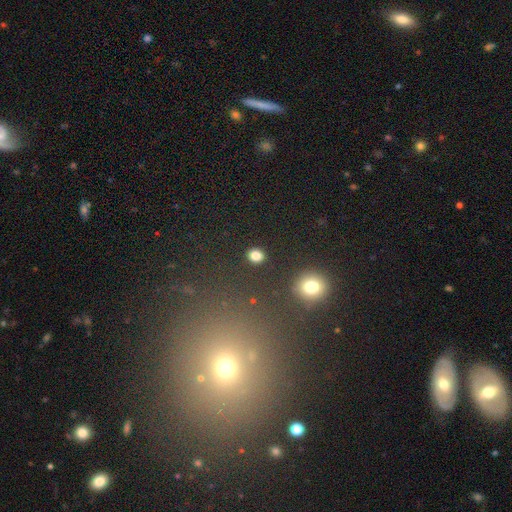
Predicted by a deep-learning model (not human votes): Smooth or featured?
  - smooth: 82% *
  - star or artifact: 13%
  - featured or disk: 5%
How rounded?
  - round: 75% *
  - in between: 24%
  - cigar-shaped: 1%
Merging?
  - none: 89% *
  - minor disturbance: 6%
  - major disturbance: 2%
  - merger: 2%